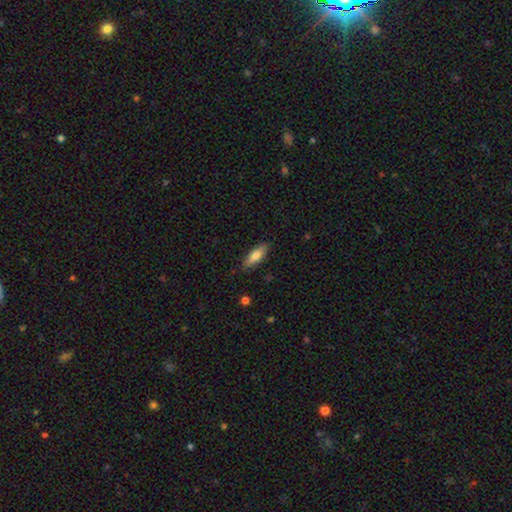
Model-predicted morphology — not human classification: type=smooth (72%); roundness=in between (52%); merging=none (86%).